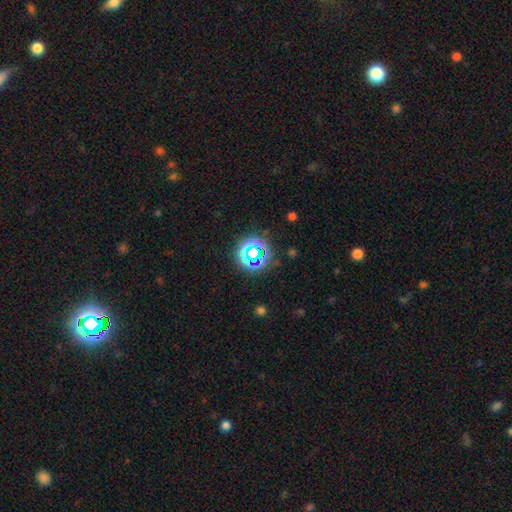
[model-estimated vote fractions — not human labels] Morphology: type=star or artifact (64%).